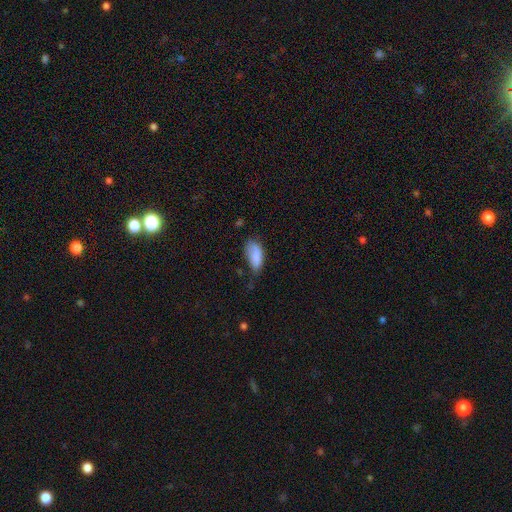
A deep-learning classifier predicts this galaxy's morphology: Smooth or featured: smooth — 82% (featured or disk — 9%)
How rounded: in between — 87% (cigar-shaped — 11%)
Merging: minor disturbance — 40% (none — 39%)